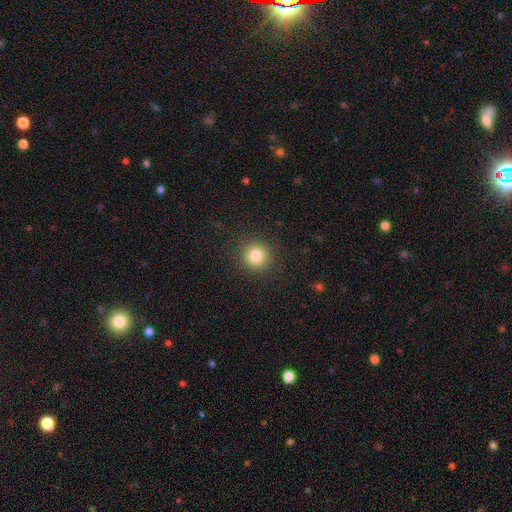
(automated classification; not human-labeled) This appears to be a smooth galaxy with no disk features (82%) that is round (94%). Merging: none (91%).